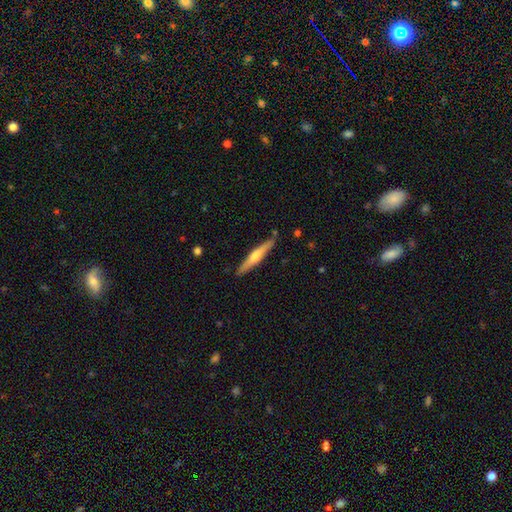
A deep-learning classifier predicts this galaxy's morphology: This is possibly a featured or disk galaxy (59%). It is clearly viewed edge-on (97%). Edge-on bulge: clearly rounded (82%). Merging: clearly none (88%).